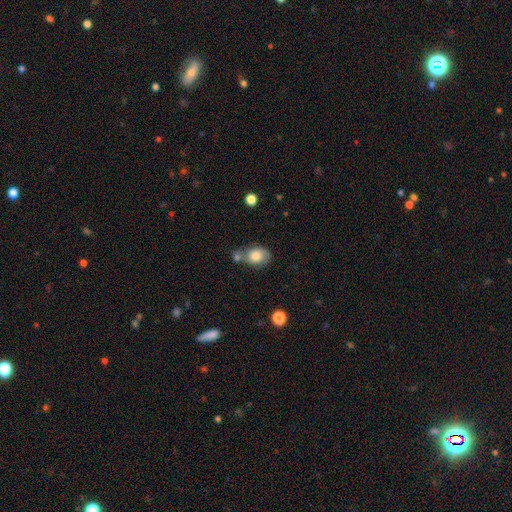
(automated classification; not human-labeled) A smooth galaxy with no disk features (77%) that is in between round and cigar-shaped (60%). Merging: none (44%).